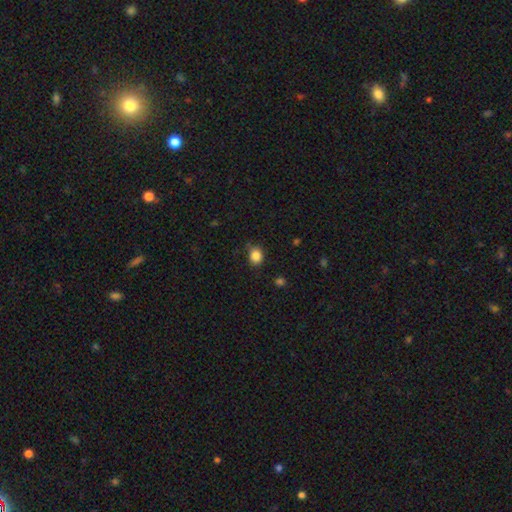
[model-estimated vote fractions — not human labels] smooth_or_featured: smooth (p=0.85) [alt: star or artifact p=0.11]
how_rounded: round (p=0.68) [alt: in between p=0.31]
merging: none (p=0.81) [alt: minor disturbance p=0.14]